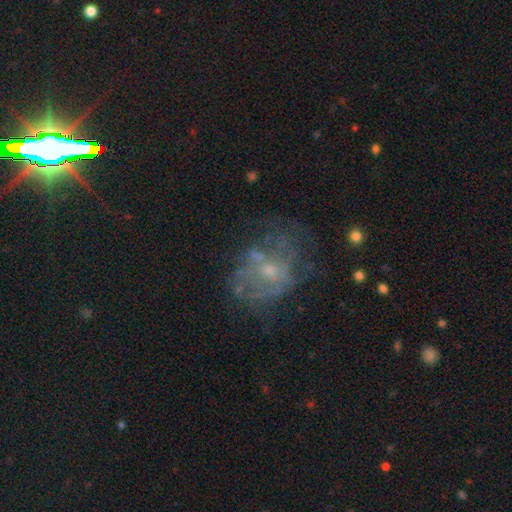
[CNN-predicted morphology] The model was most divided on "bulge size": small: 47%, moderate: 40%, none: 9%, large: 3%, dominant: 1%. Remaining: edge-on disk — no (97%); bar — no (83%); spiral arms — no (71%); smooth or featured — featured or disk (63%); merging — none (45%).